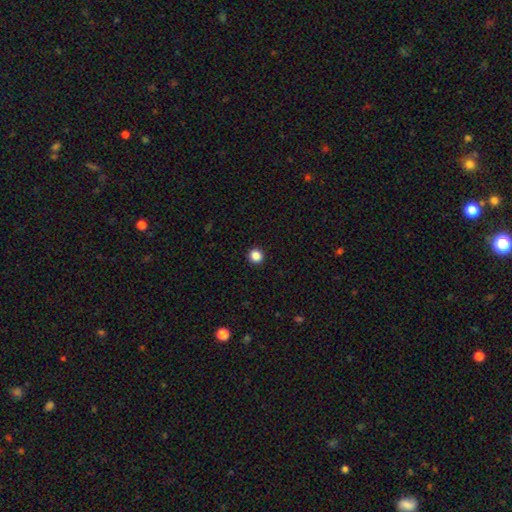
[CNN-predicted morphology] Smooth or featured: smooth — 86% (star or artifact — 11%)
How rounded: round — 95% (in between — 4%)
Merging: none — 94% (minor disturbance — 4%)